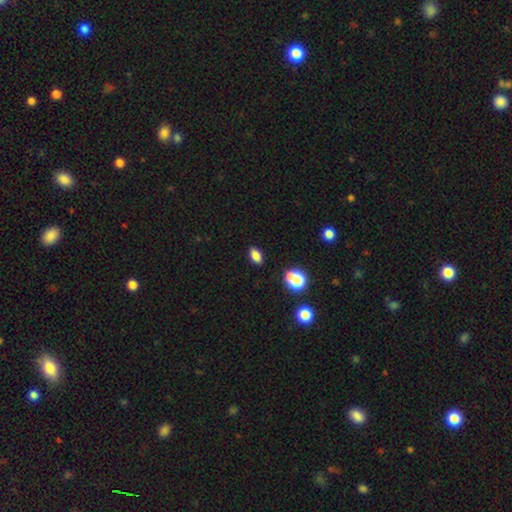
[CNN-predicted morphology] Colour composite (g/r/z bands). It shows a smooth galaxy with no disk features (79%) that is in between round and cigar-shaped (85%). Merging: none (87%).